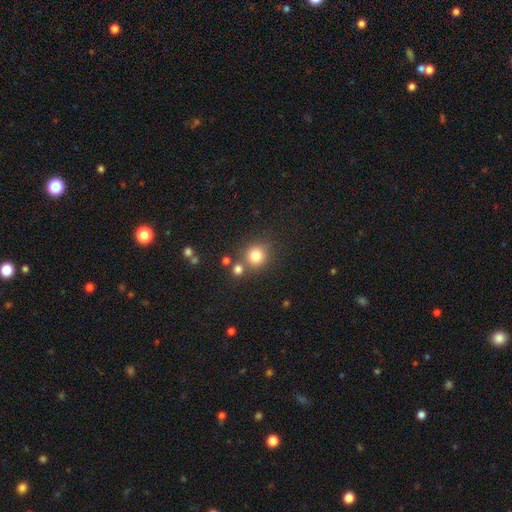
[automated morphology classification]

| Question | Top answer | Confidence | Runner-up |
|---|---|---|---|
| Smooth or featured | smooth | 80% | star or artifact (13%) |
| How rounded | round | 91% | in between (8%) |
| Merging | none | 72% | merger (15%) |